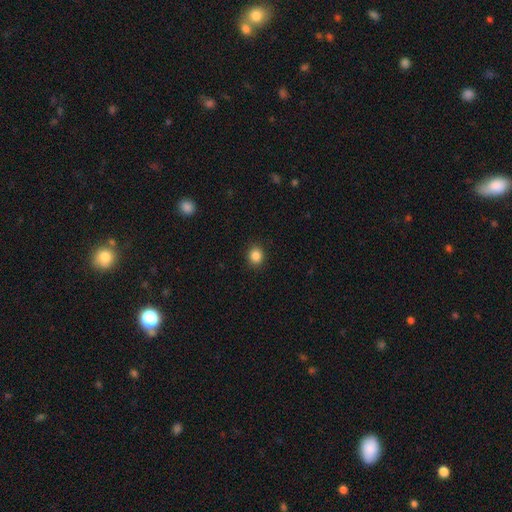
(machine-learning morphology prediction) Overall: smooth (86%). How rounded: round (75%). Merging: none (91%).